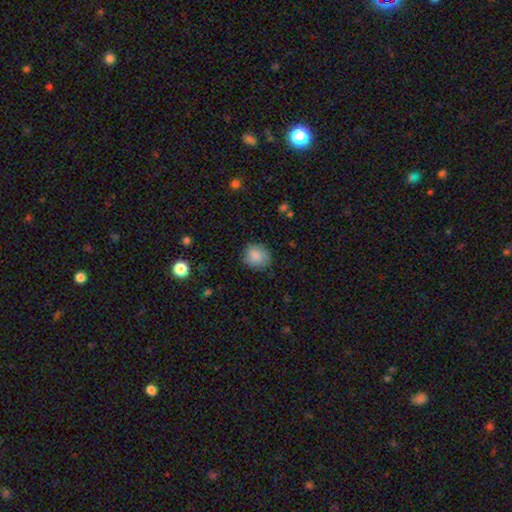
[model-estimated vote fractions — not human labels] Overall: smooth (85%). How rounded: round (76%). Merging: none (78%).